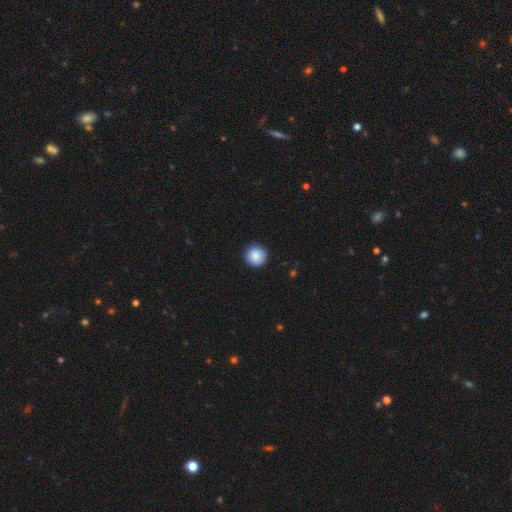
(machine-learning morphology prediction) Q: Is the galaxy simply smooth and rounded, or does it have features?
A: smooth — 86%.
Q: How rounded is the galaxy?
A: round — 95%.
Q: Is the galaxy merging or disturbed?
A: none — 91%.